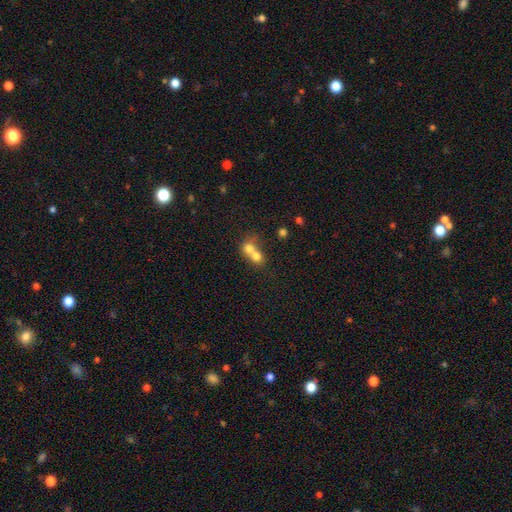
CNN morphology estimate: Smooth or featured? Predicted: smooth (p=0.71). How rounded? Predicted: round (p=0.69). Merging? Predicted: merger (p=0.74).